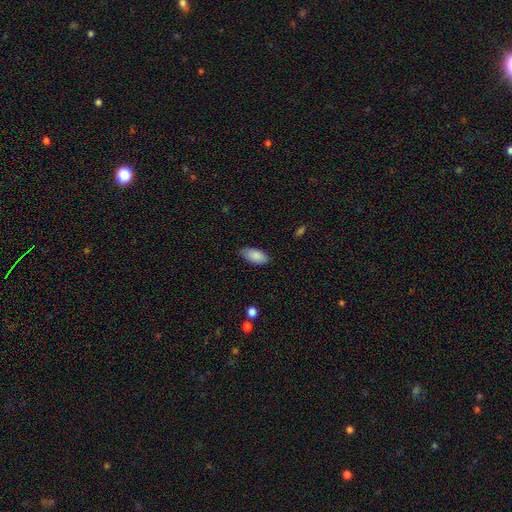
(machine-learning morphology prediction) Q: Smooth or featured?
A: smooth (88%); runner-up: star or artifact (6%)
Q: How rounded?
A: in between (91%); runner-up: cigar-shaped (7%)
Q: Merging?
A: none (78%); runner-up: minor disturbance (18%)